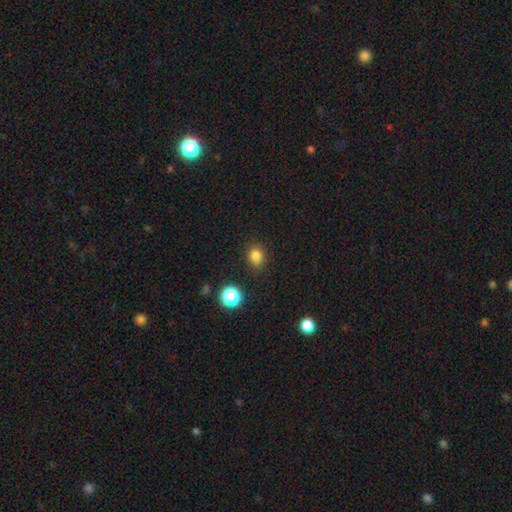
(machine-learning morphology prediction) smooth-or-featured: smooth: 81% | star or artifact: 14% | featured or disk: 5%
  how-rounded: round: 58% | in between: 41% | cigar-shaped: 1%
  merging: none: 87% | minor disturbance: 9% | major disturbance: 3% | merger: 2%